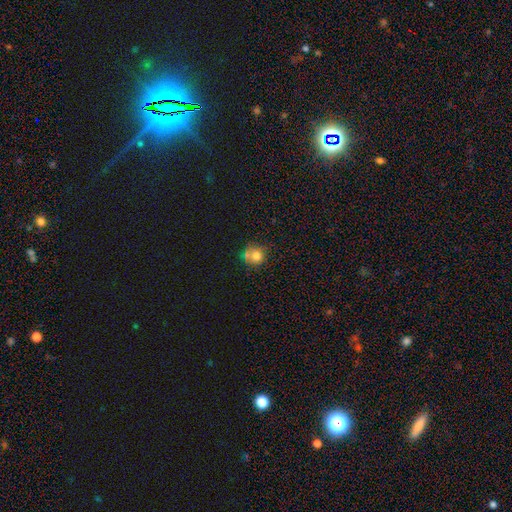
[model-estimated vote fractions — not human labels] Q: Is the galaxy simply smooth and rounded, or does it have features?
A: smooth — 76%.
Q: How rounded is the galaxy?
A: round — 87%.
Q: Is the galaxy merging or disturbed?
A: none — 58%.